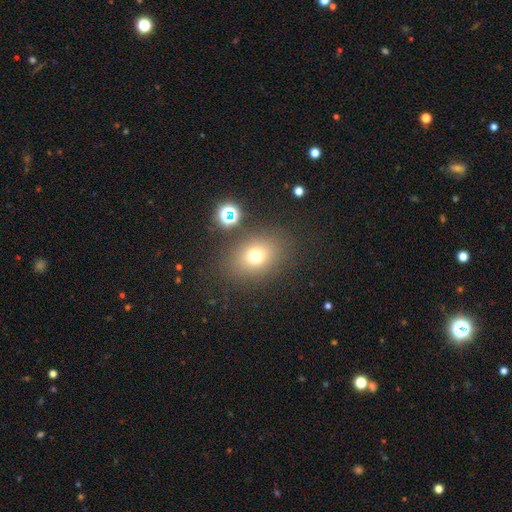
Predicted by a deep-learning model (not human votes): smooth-or-featured: smooth: 70% | star or artifact: 18% | featured or disk: 12%
  how-rounded: in between: 56% | round: 43% | cigar-shaped: 1%
  merging: none: 80% | minor disturbance: 10% | major disturbance: 5% | merger: 5%